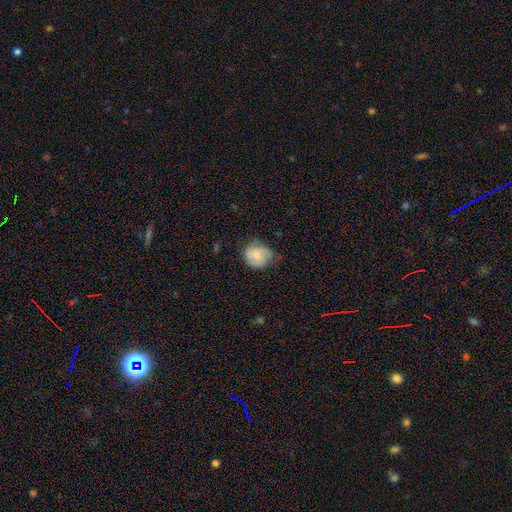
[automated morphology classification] A smooth galaxy with no disk features (65%) that is round (73%).

Vote fractions:
- Smooth or featured? smooth: 65% / featured or disk: 28% / star or artifact: 7%
- How rounded? round: 73% / in between: 26% / cigar-shaped: 1%
- Merging? none: 52% / minor disturbance: 36% / major disturbance: 10% / merger: 1%